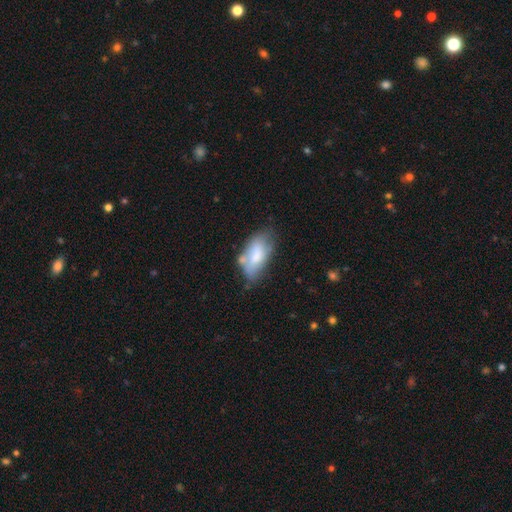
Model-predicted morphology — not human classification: This appears to be a smooth galaxy with no disk features (65%) that is in between round and cigar-shaped (91%). Merging: none (40%).